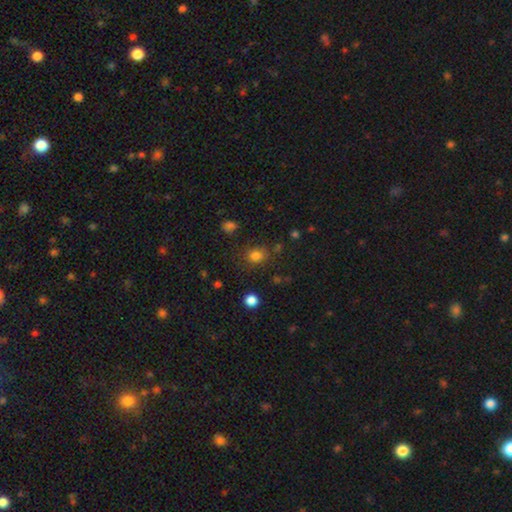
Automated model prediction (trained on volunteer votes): smooth-or-featured: smooth: 78% | star or artifact: 16% | featured or disk: 6%
  how-rounded: round: 70% | in between: 29% | cigar-shaped: 1%
  merging: none: 79% | minor disturbance: 12% | major disturbance: 5% | merger: 4%